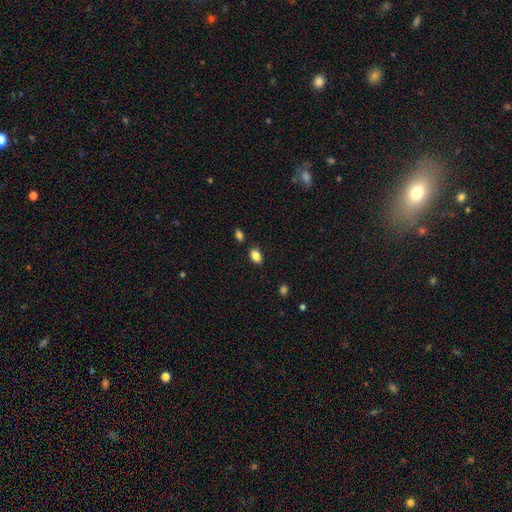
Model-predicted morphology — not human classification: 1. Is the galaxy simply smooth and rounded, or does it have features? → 85% smooth, 9% star or artifact, 6% featured or disk.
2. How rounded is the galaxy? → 85% in between, 13% round, 2% cigar-shaped.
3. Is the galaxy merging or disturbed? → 84% none, 10% minor disturbance, 4% merger, 2% major disturbance.